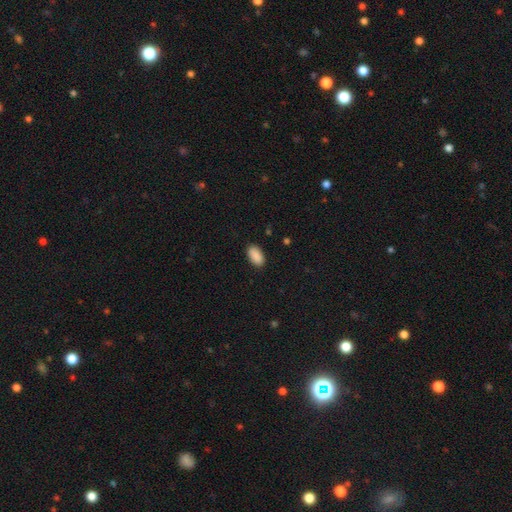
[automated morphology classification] smooth-or-featured: smooth: 90% | star or artifact: 7% | featured or disk: 3%
  how-rounded: in between: 94% | round: 3% | cigar-shaped: 2%
  merging: none: 88% | minor disturbance: 9% | major disturbance: 2% | merger: 1%